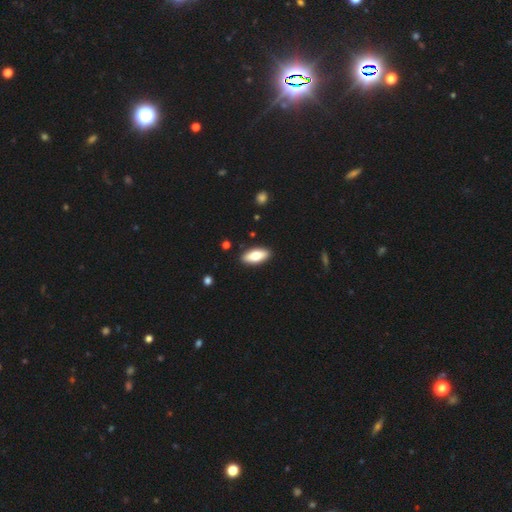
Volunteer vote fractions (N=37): Smooth or featured? smooth (73%)
How rounded? in between (89%)
Merging? none (83%)